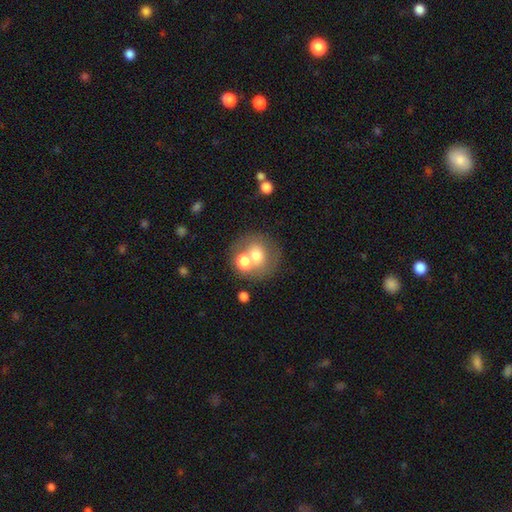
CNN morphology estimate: Smooth or featured? smooth (66%)
How rounded? round (76%)
Merging? none (47%)